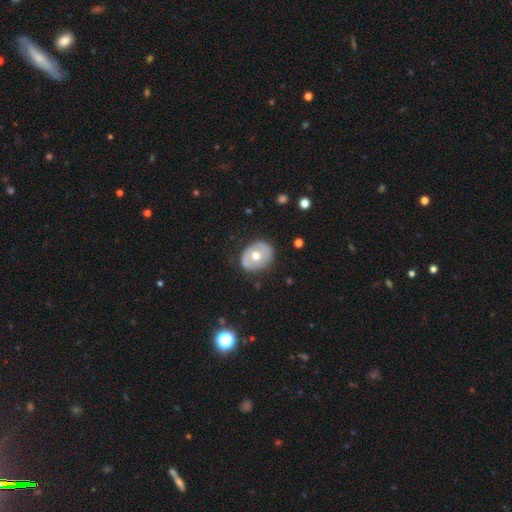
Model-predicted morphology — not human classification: smooth_or_featured: smooth (p=0.48) [alt: featured or disk p=0.45]
merging: none (p=0.77) [alt: minor disturbance p=0.17]